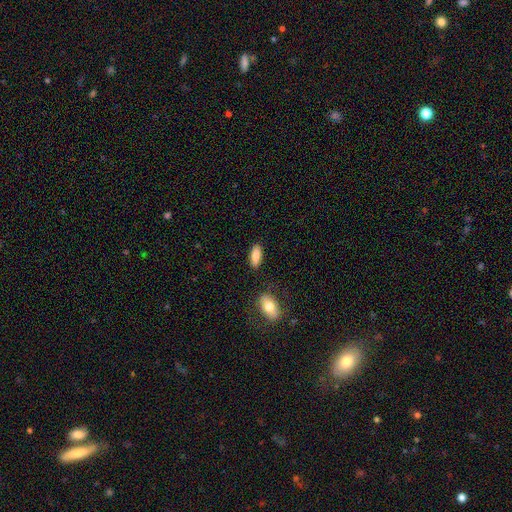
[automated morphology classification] smooth 85%, featured or disk 9%, star or artifact 6%. Down the decision tree: how rounded — in between (77%); merging — none (84%).